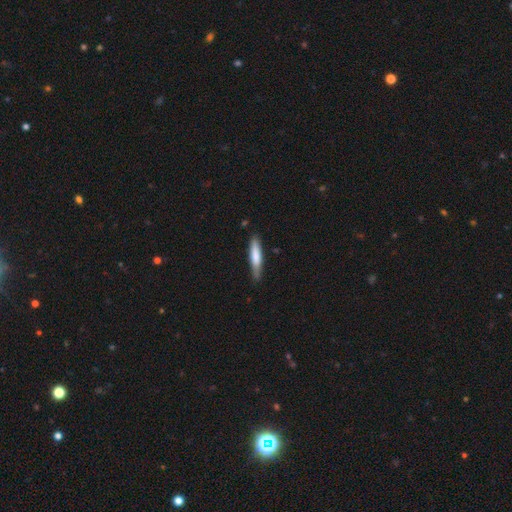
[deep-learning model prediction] Smooth or featured? Predicted: smooth (p=0.71). How rounded? Predicted: cigar-shaped (p=0.86). Merging? Predicted: none (p=0.76).